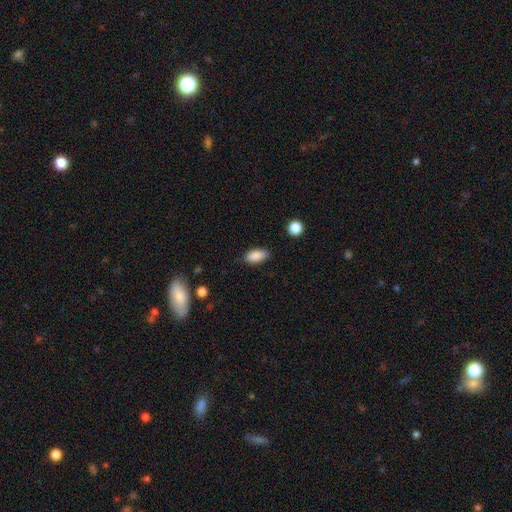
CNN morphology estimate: Smooth or featured? smooth (87%)
How rounded? in between (90%)
Merging? none (81%)